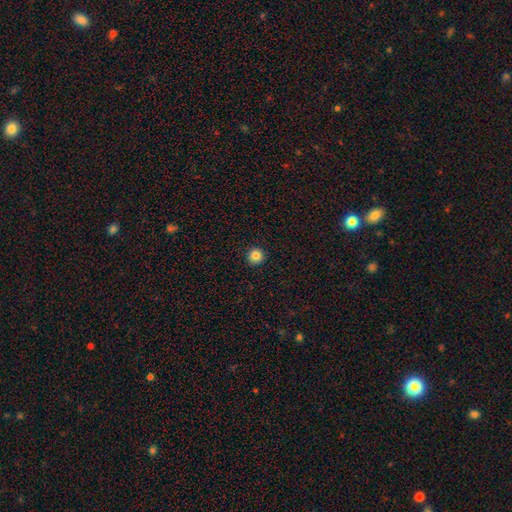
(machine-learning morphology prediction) Smooth or featured? Predicted: smooth (p=0.84). How rounded? Predicted: round (p=0.94). Merging? Predicted: none (p=0.93).